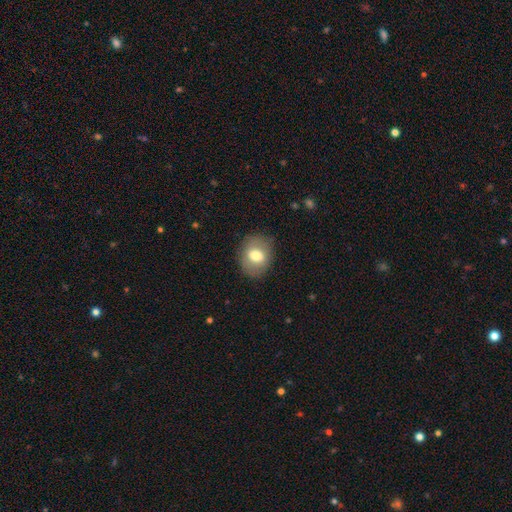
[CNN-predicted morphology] This appears to be a smooth galaxy with no disk features (72%) that is in between round and cigar-shaped (53%). Merging: none (83%).